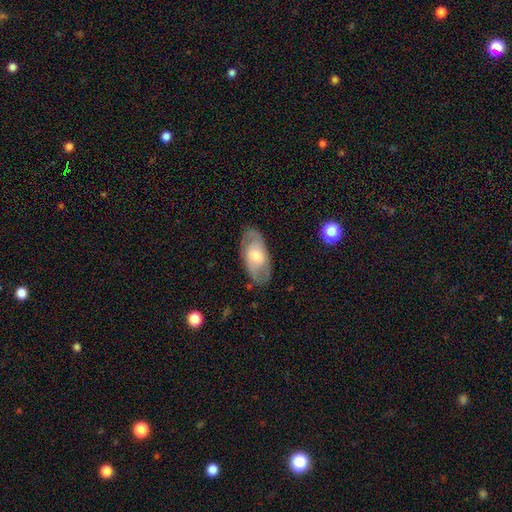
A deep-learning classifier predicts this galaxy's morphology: This appears to be a featured or disk galaxy (54%). Merging: none (79%).